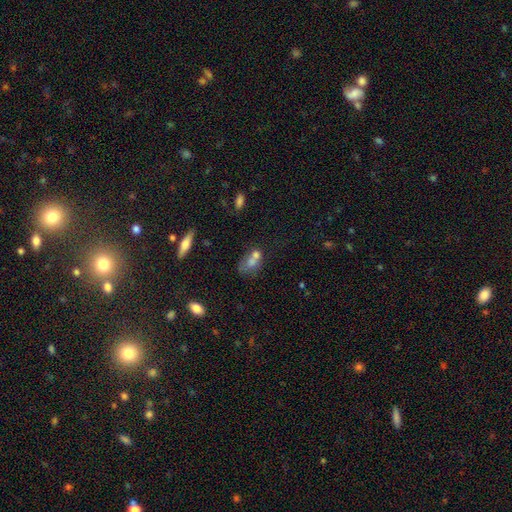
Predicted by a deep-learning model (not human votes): Smooth or featured? Predicted: smooth (p=0.66). How rounded? Predicted: in between (p=0.66). Merging? Predicted: merger (p=0.57).